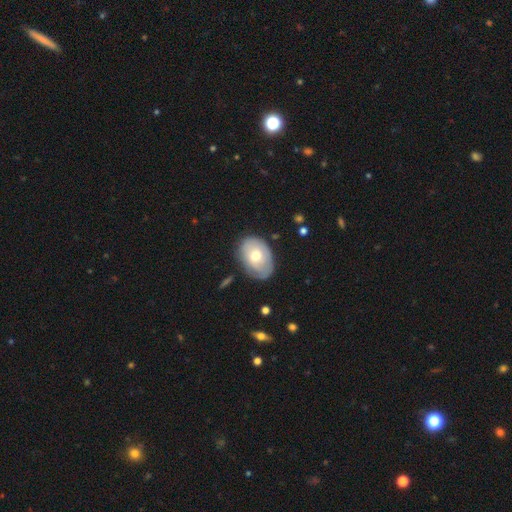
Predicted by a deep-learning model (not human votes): smooth-or-featured: smooth: 60% | featured or disk: 33% | star or artifact: 7%
  how-rounded: in between: 77% | round: 22% | cigar-shaped: 1%
  merging: none: 68% | minor disturbance: 24% | major disturbance: 6% | merger: 2%